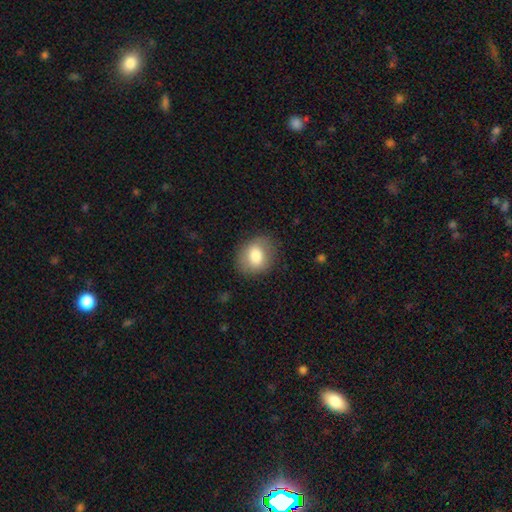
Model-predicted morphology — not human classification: This appears to be a smooth galaxy with no disk features (78%) that is round (50%). Merging: none (81%).